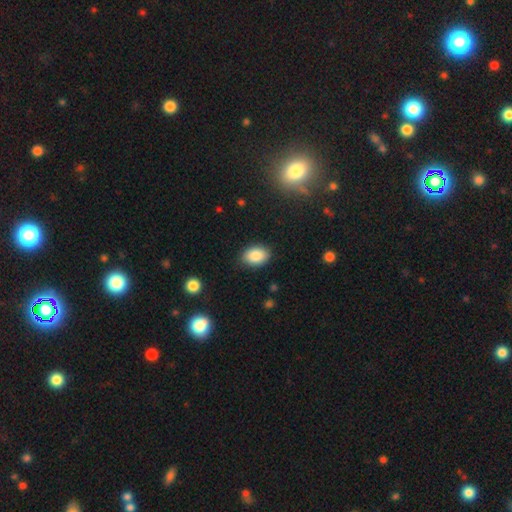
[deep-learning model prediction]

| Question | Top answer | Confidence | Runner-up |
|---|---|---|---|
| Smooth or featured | smooth | 87% | star or artifact (8%) |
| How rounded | in between | 82% | round (17%) |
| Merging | none | 86% | minor disturbance (10%) |